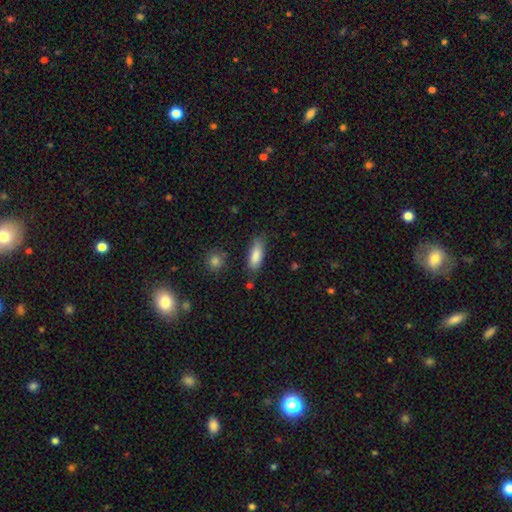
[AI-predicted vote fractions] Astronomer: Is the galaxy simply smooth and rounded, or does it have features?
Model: smooth — 85%.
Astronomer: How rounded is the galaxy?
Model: in between — 72%.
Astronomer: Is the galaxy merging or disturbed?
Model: none — 76%.